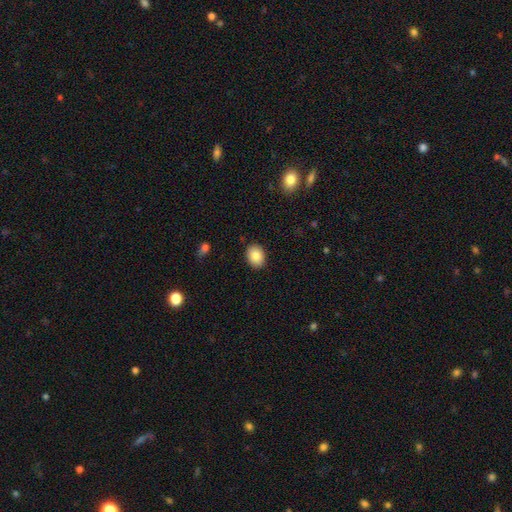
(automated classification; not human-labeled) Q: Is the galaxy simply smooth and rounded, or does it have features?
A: smooth — 86%.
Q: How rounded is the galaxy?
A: in between — 66%.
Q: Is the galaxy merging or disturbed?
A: none — 89%.